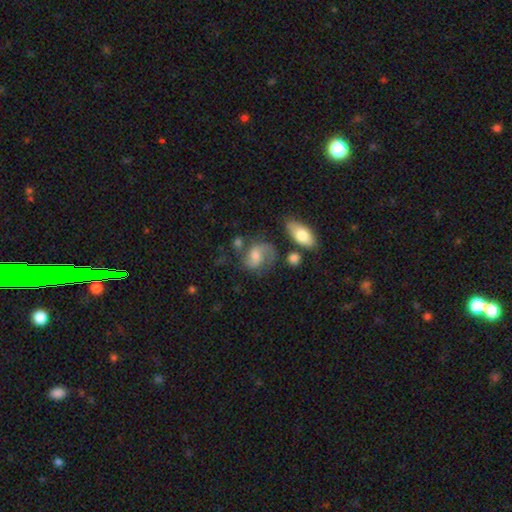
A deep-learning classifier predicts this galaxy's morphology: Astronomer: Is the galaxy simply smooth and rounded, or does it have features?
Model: featured or disk — 63%.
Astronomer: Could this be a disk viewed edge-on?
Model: no — 97%.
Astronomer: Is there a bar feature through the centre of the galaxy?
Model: no — 47% (runner-up: weak, 43%).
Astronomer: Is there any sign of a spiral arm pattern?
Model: yes — 91%.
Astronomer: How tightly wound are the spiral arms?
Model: medium — 50% (runner-up: loose, 32%).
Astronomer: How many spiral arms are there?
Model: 2 — 84%.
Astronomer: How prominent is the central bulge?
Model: moderate — 50% (runner-up: small, 33%).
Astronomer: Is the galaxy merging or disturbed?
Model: none — 55%.